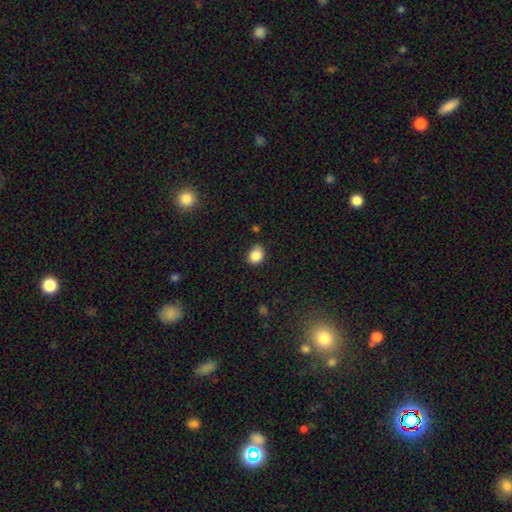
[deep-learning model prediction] The model was most divided on "how rounded": round: 50%, in between: 49%, cigar-shaped: 1%. More confident: smooth or featured — smooth (86%); merging — none (67%).